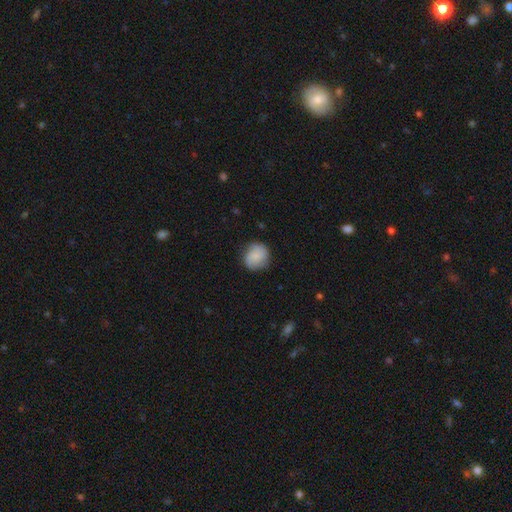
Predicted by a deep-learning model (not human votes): A smooth galaxy with no disk features (80%) that is round (83%).

Vote fractions:
- Smooth or featured? smooth: 80% / featured or disk: 13% / star or artifact: 7%
- How rounded? round: 83% / in between: 16% / cigar-shaped: 1%
- Merging? none: 77% / minor disturbance: 18% / major disturbance: 4% / merger: 1%